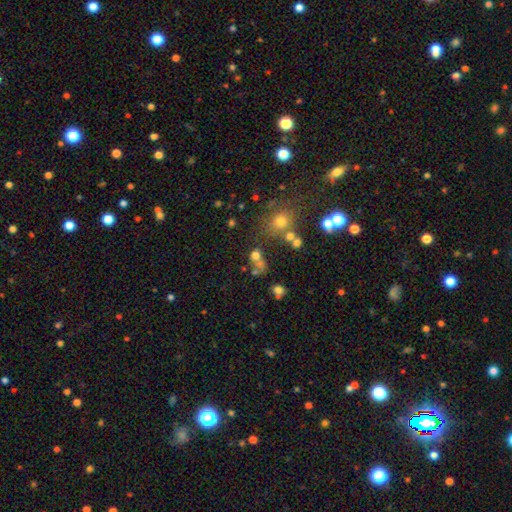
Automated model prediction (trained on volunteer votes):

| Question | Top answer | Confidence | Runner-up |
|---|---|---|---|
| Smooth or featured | smooth | 63% | star or artifact (22%) |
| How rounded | round | 69% | in between (30%) |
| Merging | none | 44% | merger (35%) |